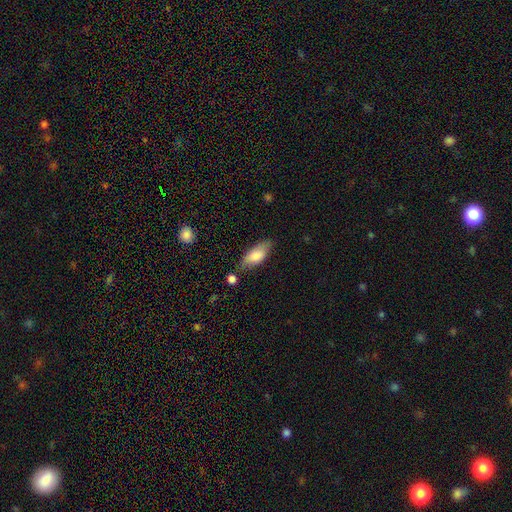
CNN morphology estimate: Smooth or featured? Predicted: smooth (p=0.76). How rounded? Predicted: in between (p=0.80). Merging? Predicted: none (p=0.69).